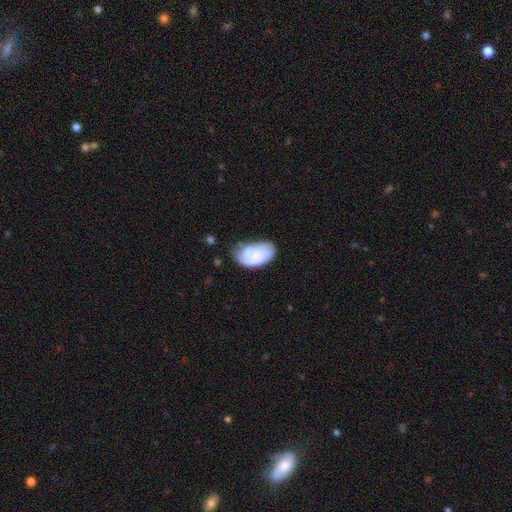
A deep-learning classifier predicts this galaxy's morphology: This is possibly a featured or disk galaxy (49%). Merging: marginally none (44%).